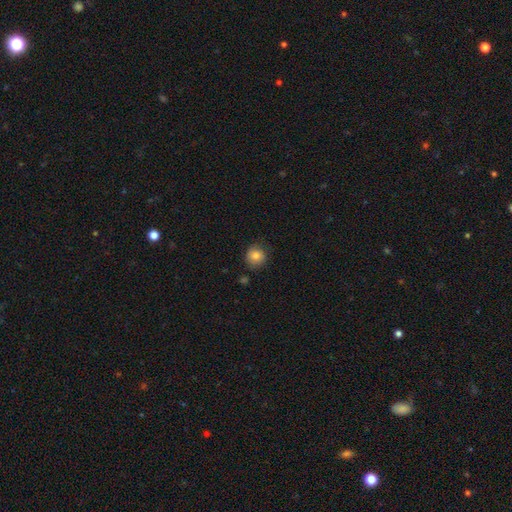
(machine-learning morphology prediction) A smooth galaxy with no disk features (81%) that is round (89%). Merging: none (79%).